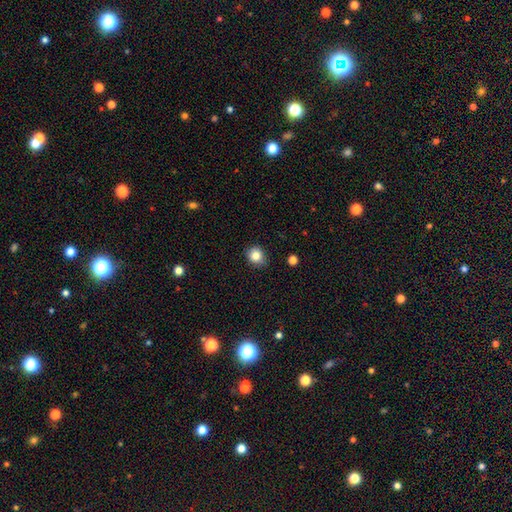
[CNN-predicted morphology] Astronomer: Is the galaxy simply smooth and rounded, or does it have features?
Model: smooth — 83%.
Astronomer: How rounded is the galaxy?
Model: round — 74%.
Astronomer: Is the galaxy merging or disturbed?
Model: none — 85%.